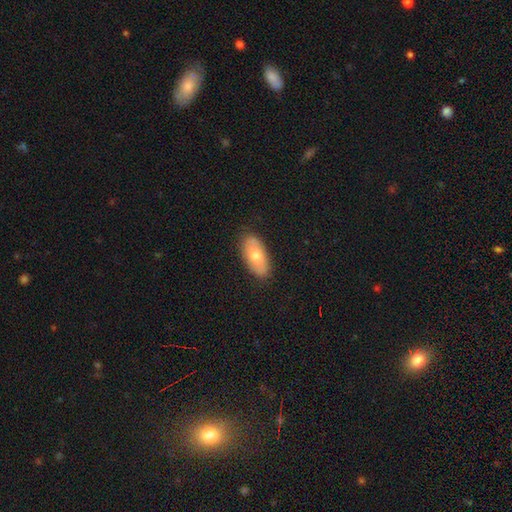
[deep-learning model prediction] Smooth or featured? smooth (68%)
How rounded? in between (91%)
Merging? none (84%)